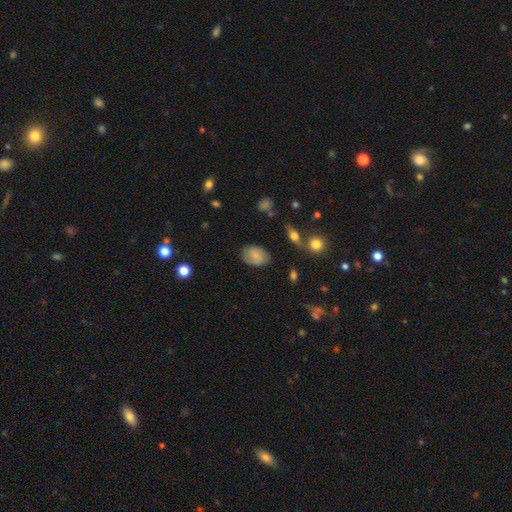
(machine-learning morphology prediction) Smooth or featured? Predicted: smooth (p=0.60). How rounded? Predicted: in between (p=0.77). Merging? Predicted: none (p=0.79).